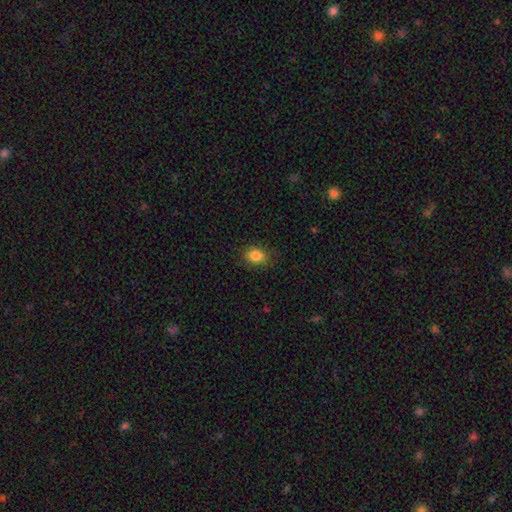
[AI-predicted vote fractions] smooth-or-featured: smooth: 86% | star or artifact: 10% | featured or disk: 4%
  how-rounded: in between: 61% | round: 38% | cigar-shaped: 1%
  merging: none: 84% | minor disturbance: 12% | major disturbance: 3% | merger: 1%